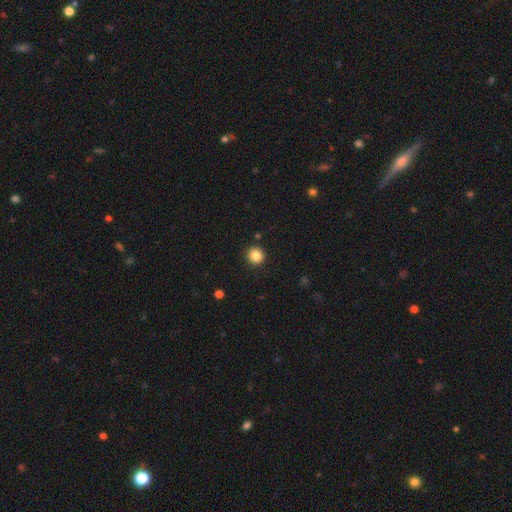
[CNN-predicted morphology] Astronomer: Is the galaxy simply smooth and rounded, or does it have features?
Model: smooth — 85%.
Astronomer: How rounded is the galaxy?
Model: round — 95%.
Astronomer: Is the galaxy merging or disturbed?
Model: none — 92%.